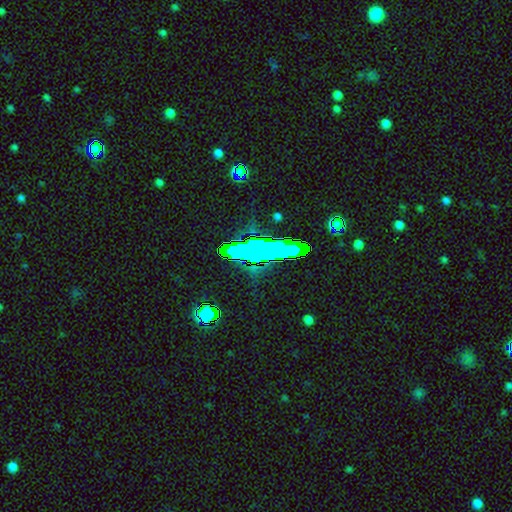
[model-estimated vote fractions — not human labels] Smooth or featured? Predicted: star or artifact (p=0.51).